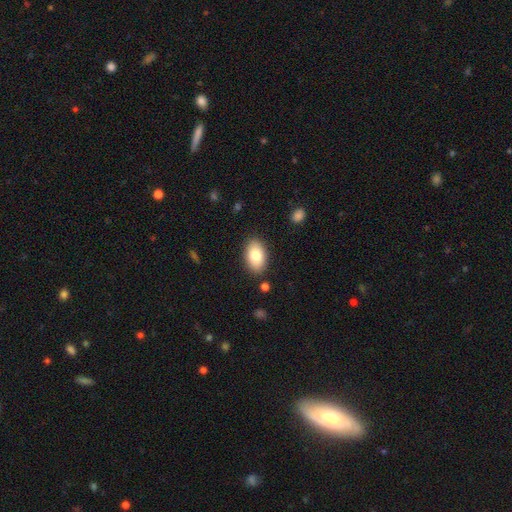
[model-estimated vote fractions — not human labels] Smooth or featured? Predicted: smooth (p=0.81). How rounded? Predicted: in between (p=0.92). Merging? Predicted: none (p=0.87).